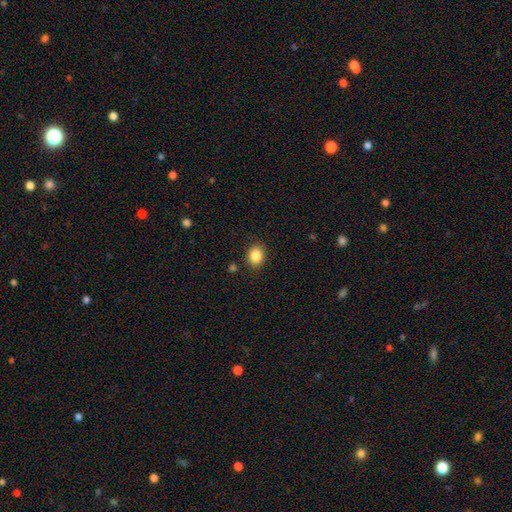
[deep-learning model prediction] A smooth galaxy with no disk features (86%) that is in between round and cigar-shaped (54%). Merging: none (87%).